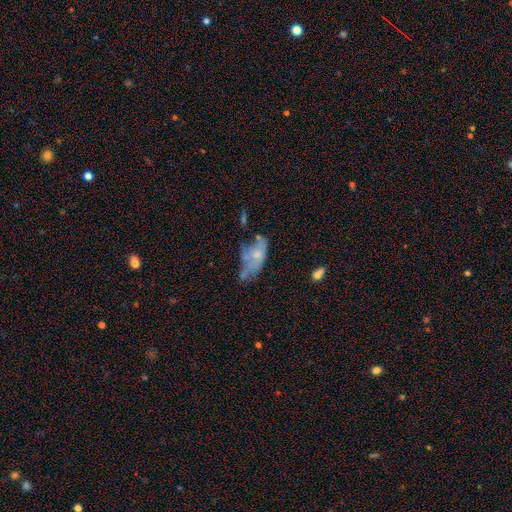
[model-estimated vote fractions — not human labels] Q: Smooth or featured?
A: smooth (46%); runner-up: featured or disk (43%)
Q: Merging?
A: none (29%); runner-up: minor disturbance (28%)